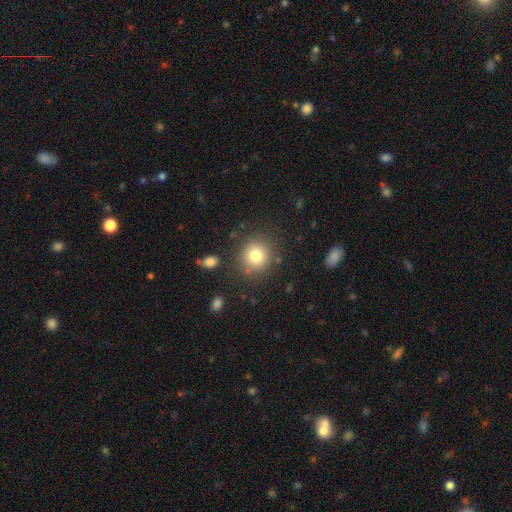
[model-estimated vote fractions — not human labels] Overall: smooth (79%). How rounded: round (88%). Merging: none (84%).